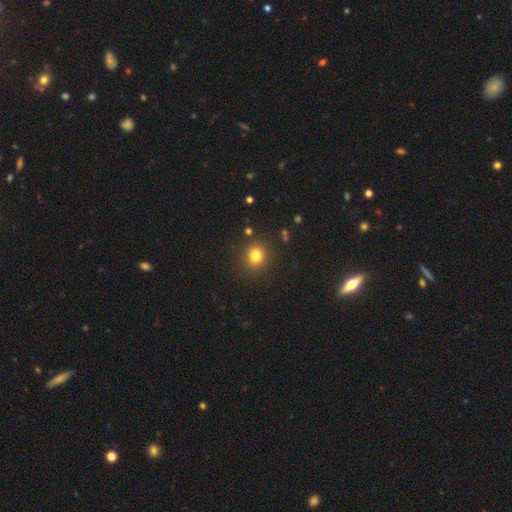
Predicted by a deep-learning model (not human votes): Q: Smooth or featured?
A: smooth (80%); runner-up: star or artifact (13%)
Q: How rounded?
A: round (84%); runner-up: in between (16%)
Q: Merging?
A: none (88%); runner-up: minor disturbance (7%)